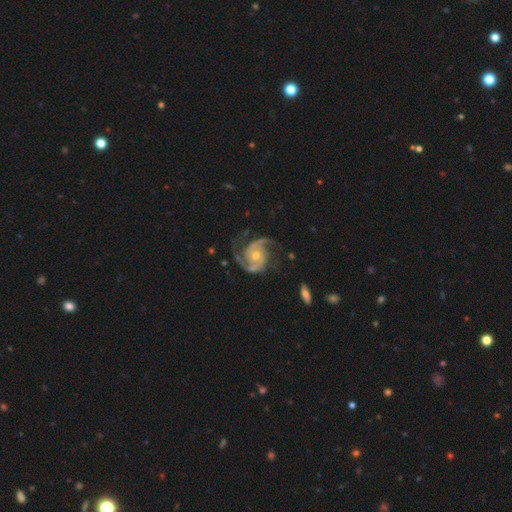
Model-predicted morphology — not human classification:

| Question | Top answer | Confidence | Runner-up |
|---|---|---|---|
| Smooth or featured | featured or disk | 94% | star or artifact (4%) |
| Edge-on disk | no | 98% | yes (2%) |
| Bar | no | 68% | weak (25%) |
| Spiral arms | yes | 99% | no (1%) |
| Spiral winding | medium | 54% | tight (36%) |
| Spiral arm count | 2 | 84% | 3 (8%) |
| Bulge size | small | 49% | moderate (48%) |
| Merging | none | 73% | minor disturbance (18%) |